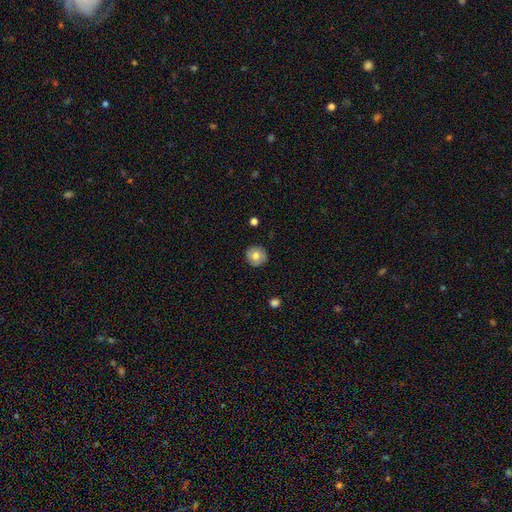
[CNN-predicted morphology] smooth-or-featured: smooth: 71% | featured or disk: 21% | star or artifact: 8%
  how-rounded: round: 93% | in between: 6% | cigar-shaped: 1%
  merging: none: 89% | minor disturbance: 8% | major disturbance: 2% | merger: 1%